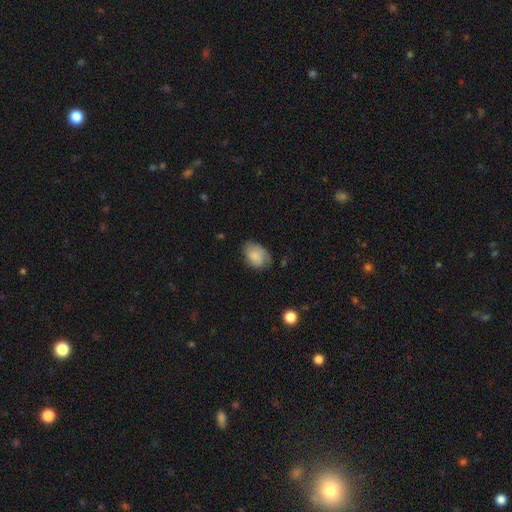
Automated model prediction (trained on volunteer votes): The model was most divided on "merging": none: 59%, minor disturbance: 30%, major disturbance: 9%, merger: 2%. More confident: how rounded — in between (81%); smooth or featured — smooth (76%).